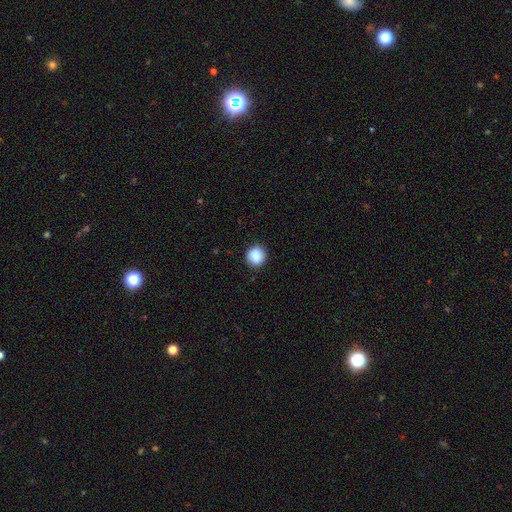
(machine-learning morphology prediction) smooth-or-featured: smooth: 89% | star or artifact: 8% | featured or disk: 3%
  how-rounded: round: 92% | in between: 7% | cigar-shaped: 1%
  merging: none: 91% | minor disturbance: 7% | major disturbance: 2% | merger: 1%